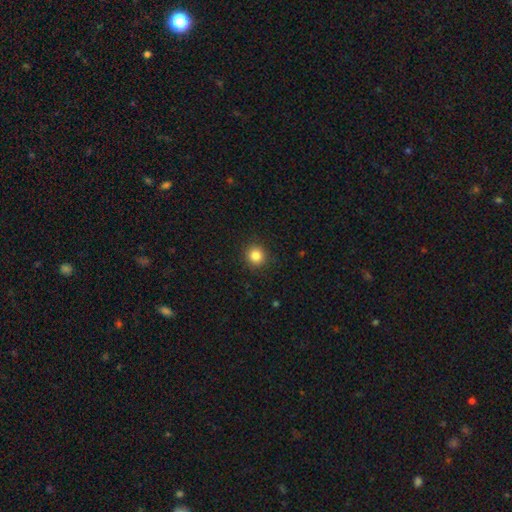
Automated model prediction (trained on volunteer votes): Smooth or featured: smooth — 84% (star or artifact — 11%)
How rounded: round — 92% (in between — 7%)
Merging: none — 91% (minor disturbance — 6%)